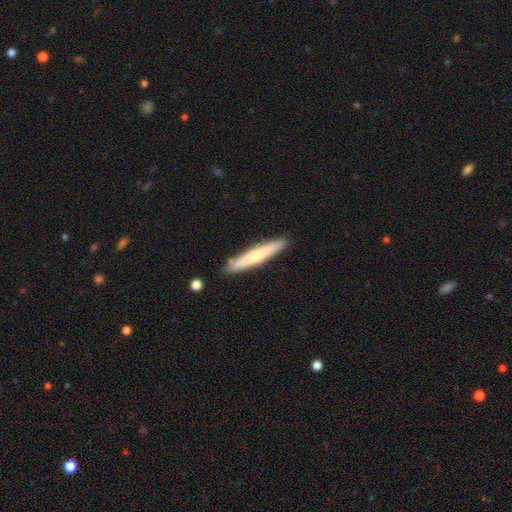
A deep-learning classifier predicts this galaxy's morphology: Smooth or featured: smooth — 61% (featured or disk — 33%)
How rounded: cigar-shaped — 94% (in between — 5%)
Merging: none — 88% (minor disturbance — 9%)